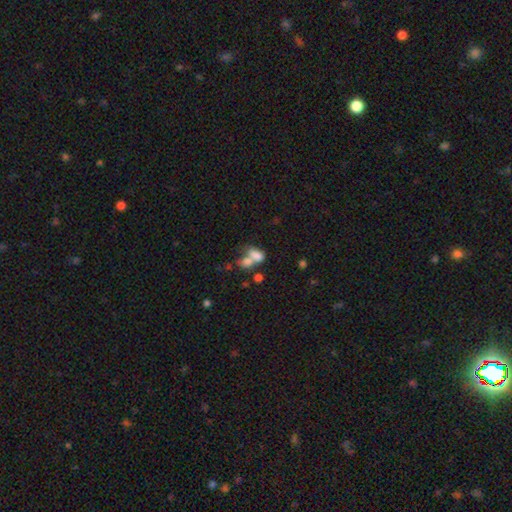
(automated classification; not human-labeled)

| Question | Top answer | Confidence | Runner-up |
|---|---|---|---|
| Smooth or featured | smooth | 70% | featured or disk (18%) |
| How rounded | in between | 80% | round (17%) |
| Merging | merger | 64% | none (19%) |